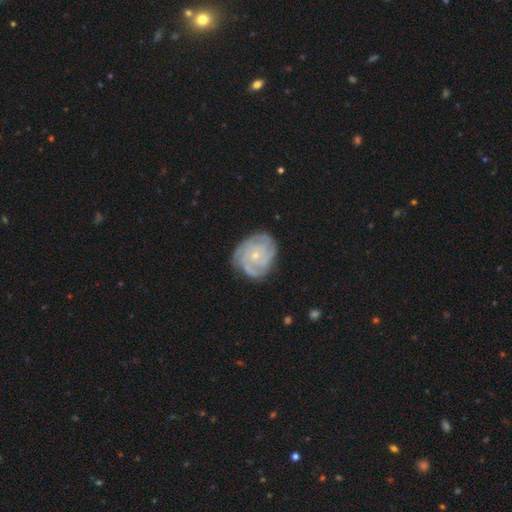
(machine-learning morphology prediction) smooth-or-featured: featured or disk: 81% | smooth: 12% | star or artifact: 6%
  disk-edge-on: no: 98% | yes: 2%
    bar: no: 81% | weak: 16% | strong: 3%
    has-spiral-arms: yes: 95% | no: 5%
      spiral-winding: tight: 69% | medium: 25% | loose: 6%
      spiral-arm-count: can't tell: 26% (tied) | 4: 26% (tied) | 3: 23% | 2: 10% | more than 4: 8% | 1: 6%
    bulge-size: small: 74% | moderate: 22% | none: 2% | large: 1% | dominant: 1%
  merging: none: 75% | minor disturbance: 18% | major disturbance: 5% | merger: 1%